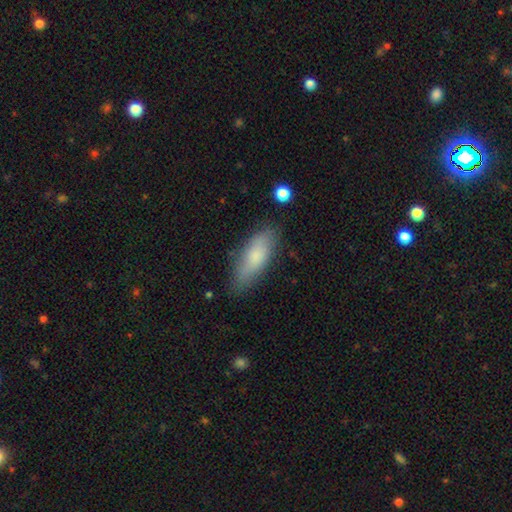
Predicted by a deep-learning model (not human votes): Morphology: type=smooth (78%); roundness=in between (64%); merging=none (78%).